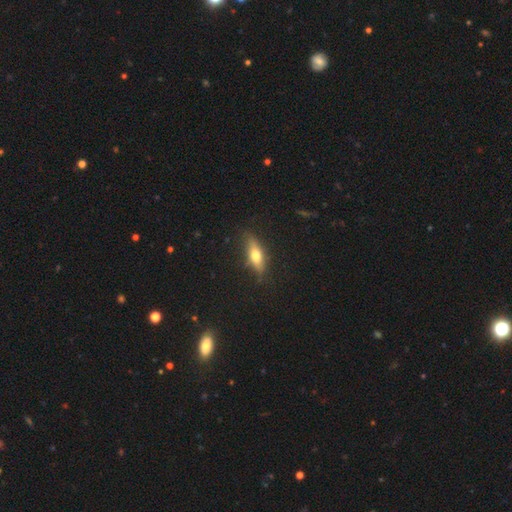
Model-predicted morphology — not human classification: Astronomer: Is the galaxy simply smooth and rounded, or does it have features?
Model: smooth — 57% (runner-up: featured or disk, 36%).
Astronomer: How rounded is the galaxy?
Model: in between — 50% (runner-up: cigar-shaped, 47%).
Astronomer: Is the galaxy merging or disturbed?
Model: none — 81%.